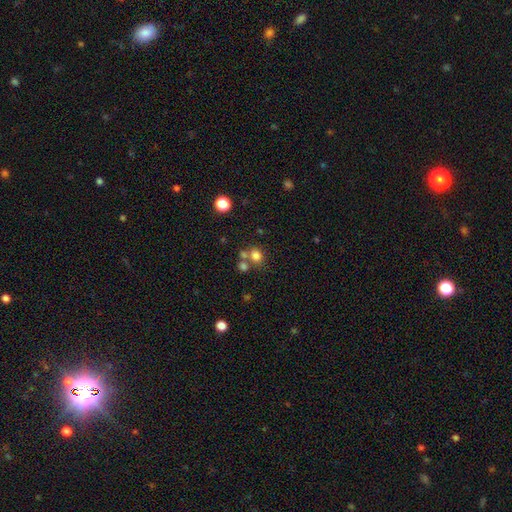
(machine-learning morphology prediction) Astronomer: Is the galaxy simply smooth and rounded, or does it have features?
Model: smooth — 76%.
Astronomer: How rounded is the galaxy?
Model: round — 71%.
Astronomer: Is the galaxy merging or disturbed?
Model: none — 55% (runner-up: merger, 31%).